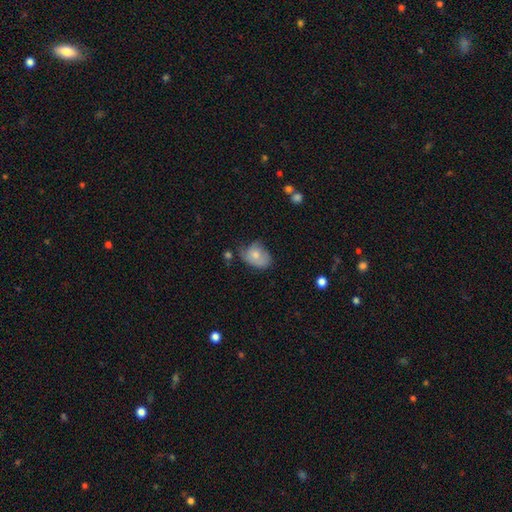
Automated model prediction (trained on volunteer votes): smooth-or-featured: smooth: 72% | featured or disk: 20% | star or artifact: 8%
  how-rounded: in between: 68% | round: 31% | cigar-shaped: 1%
  merging: minor disturbance: 40% | none: 38% | major disturbance: 17% | merger: 5%